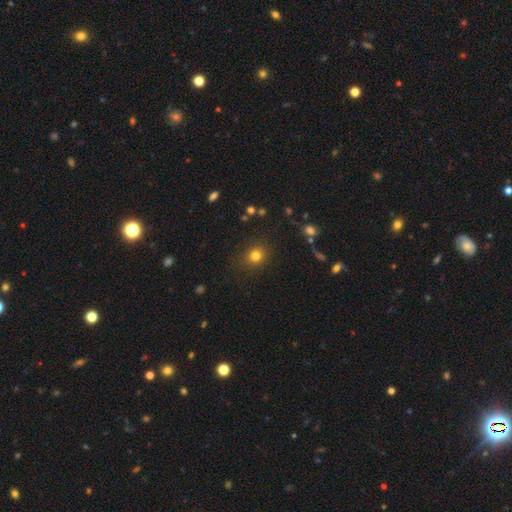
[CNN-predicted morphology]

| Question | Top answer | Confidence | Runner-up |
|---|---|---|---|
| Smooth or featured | smooth | 80% | star or artifact (14%) |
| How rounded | round | 83% | in between (16%) |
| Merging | none | 87% | minor disturbance (8%) |